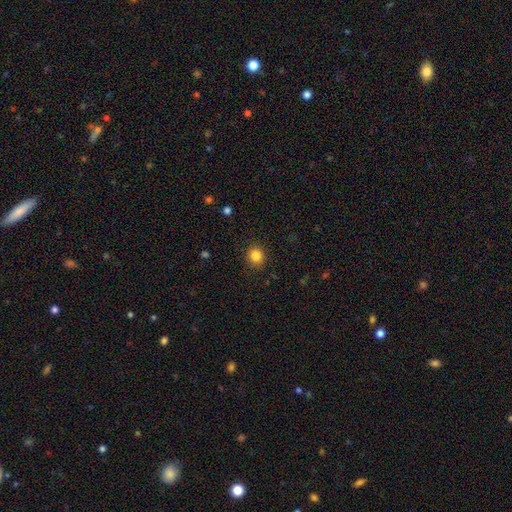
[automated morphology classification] type=smooth (84%); roundness=round (83%); merging=none (90%).